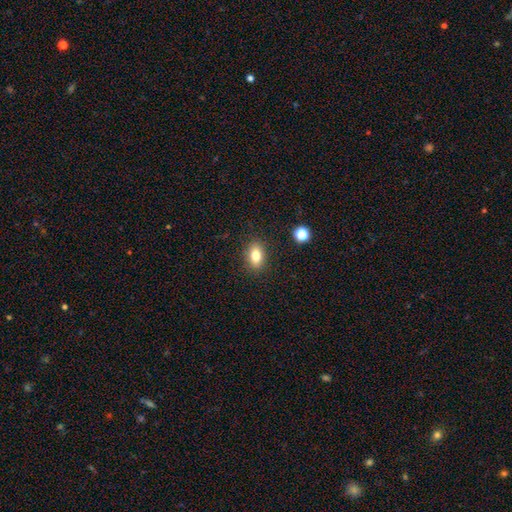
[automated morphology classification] Smooth or featured: smooth — 80% (featured or disk — 10%)
How rounded: in between — 81% (round — 17%)
Merging: none — 87% (minor disturbance — 9%)